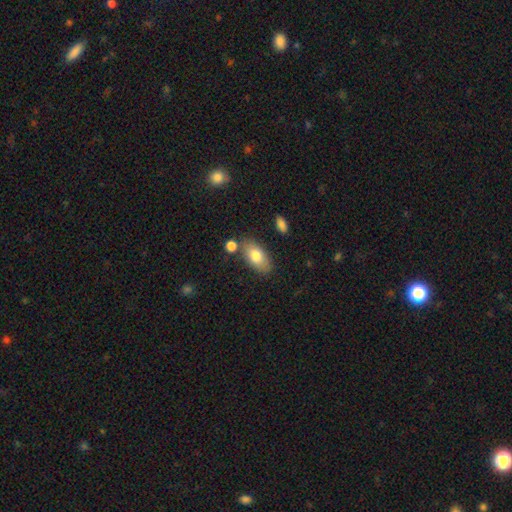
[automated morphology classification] Smooth or featured: smooth — 77% (featured or disk — 16%)
How rounded: in between — 91% (round — 5%)
Merging: none — 75% (minor disturbance — 14%)